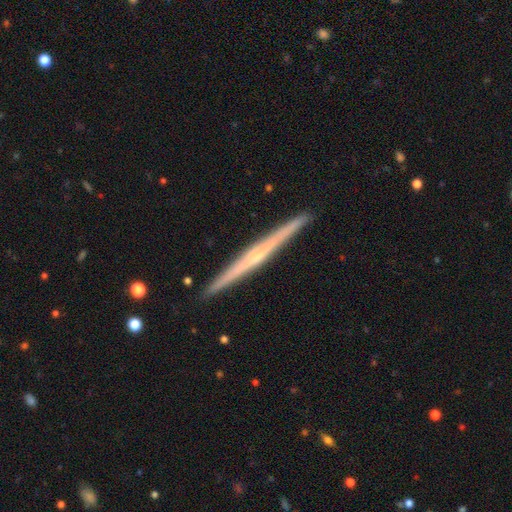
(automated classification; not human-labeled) Smooth or featured? featured or disk (76%)
Edge-on disk? yes (98%)
Edge-on bulge? rounded (46%)
Merging? none (93%)